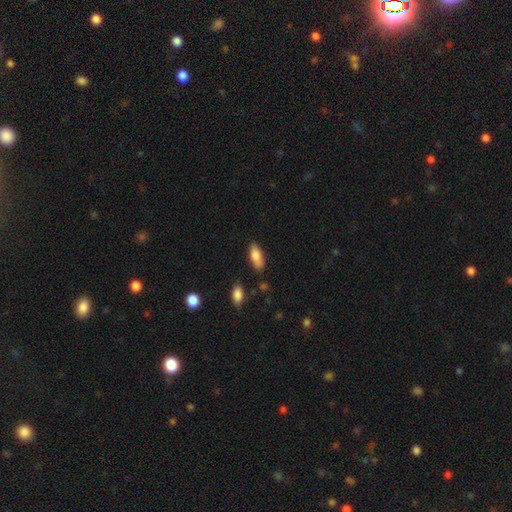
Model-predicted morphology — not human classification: Overall: smooth (81%). How rounded: in between (81%). Merging: none (78%).